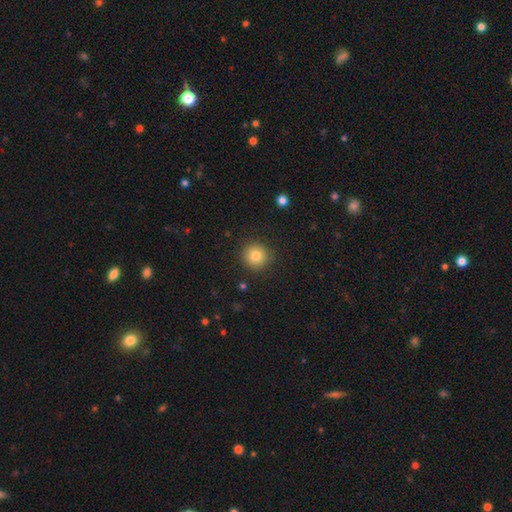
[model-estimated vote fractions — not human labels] Morphology: type=smooth (82%); roundness=round (94%); merging=none (90%).